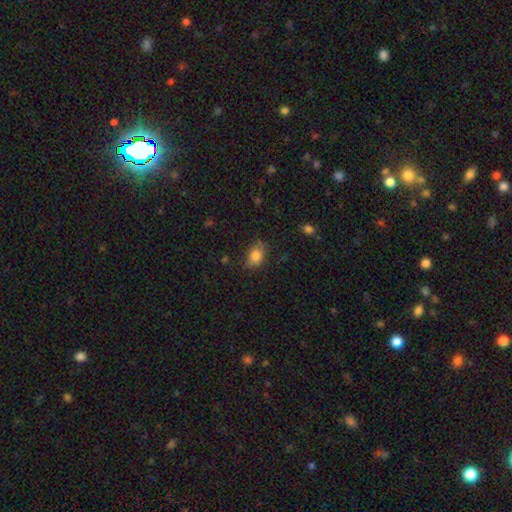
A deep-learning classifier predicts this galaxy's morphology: Smooth or featured? Predicted: smooth (p=0.82). How rounded? Predicted: in between (p=0.77). Merging? Predicted: none (p=0.76).